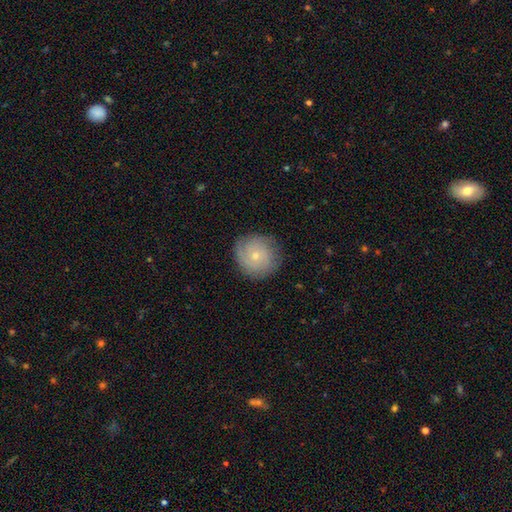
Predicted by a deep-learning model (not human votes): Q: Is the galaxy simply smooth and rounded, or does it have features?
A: featured or disk — 47%.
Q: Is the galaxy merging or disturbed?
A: none — 81%.